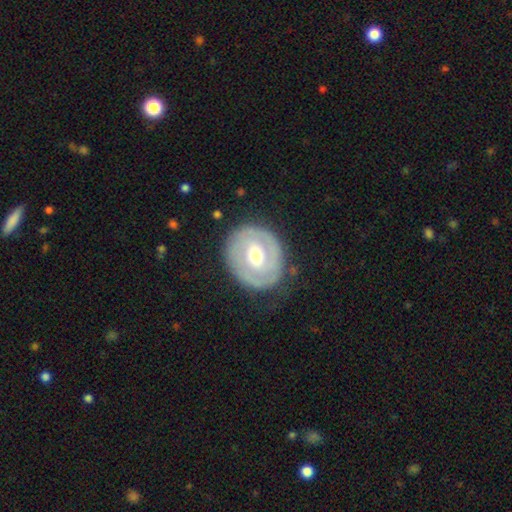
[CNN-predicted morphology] Q: Smooth or featured?
A: featured or disk (69%); runner-up: smooth (26%)
Q: Edge-on disk?
A: no (96%); runner-up: yes (4%)
Q: Bar?
A: no (43%); runner-up: weak (41%)
Q: Spiral arms?
A: yes (58%); runner-up: no (42%)
Q: Bulge size?
A: moderate (73%); runner-up: small (19%)
Q: Merging?
A: none (80%); runner-up: minor disturbance (14%)